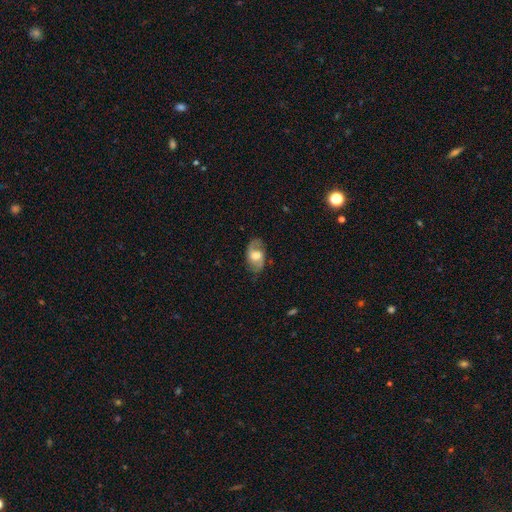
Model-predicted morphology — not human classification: A featured or disk galaxy (64%) with no bar (45%), 2 (86%) medium (43%) spiral arms (86%) and a moderate central bulge (61%).

Vote fractions:
- Smooth or featured? featured or disk: 64% / smooth: 29% / star or artifact: 7%
- Edge-on disk? no: 94% / yes: 6%
- Bar? no: 45% / weak: 43% / strong: 12%
- Spiral arms? yes: 86% / no: 14%
- Spiral winding? medium: 43% / loose: 42% / tight: 16%
- Spiral arm count? 2: 86% / can't tell: 7% / 1: 5% / 3: 1% / 4: 1% / more than 4: 1%
- Bulge size? moderate: 61% / large: 20% / small: 14% / none: 2% / dominant: 2%
- Merging? none: 76% / minor disturbance: 17% / major disturbance: 6% / merger: 1%